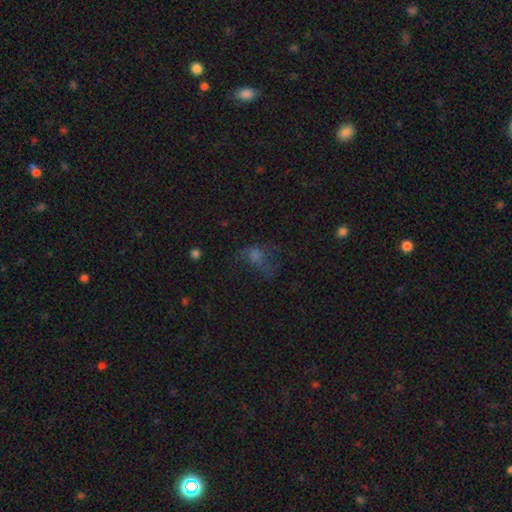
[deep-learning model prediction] The model was most divided on "merging": major disturbance: 39%, none: 38%, minor disturbance: 19%, merger: 3%. Remaining: smooth or featured — smooth (42%).